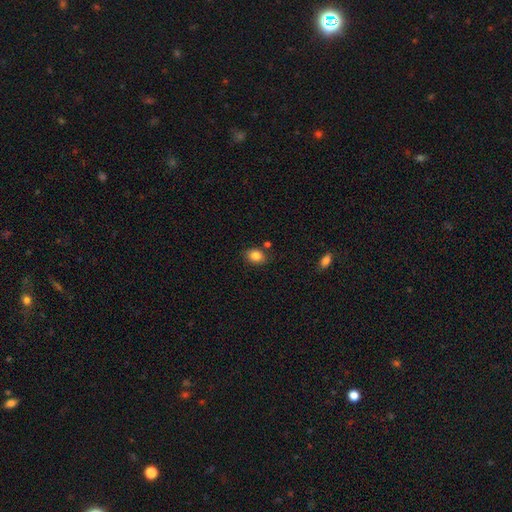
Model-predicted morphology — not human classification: Smooth or featured?
  - smooth: 84% *
  - star or artifact: 9%
  - featured or disk: 7%
How rounded?
  - in between: 62% *
  - round: 37%
  - cigar-shaped: 1%
Merging?
  - none: 78% *
  - minor disturbance: 13%
  - merger: 6%
  - major disturbance: 3%